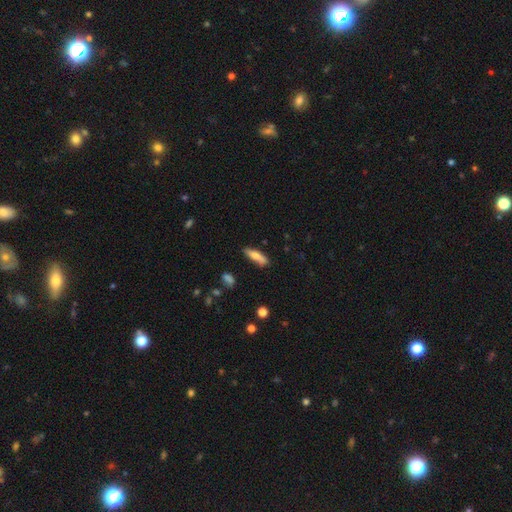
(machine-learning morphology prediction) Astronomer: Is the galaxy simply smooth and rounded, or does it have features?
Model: smooth — 66%.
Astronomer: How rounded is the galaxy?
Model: cigar-shaped — 61% (runner-up: in between, 37%).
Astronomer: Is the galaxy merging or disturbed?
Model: none — 76%.